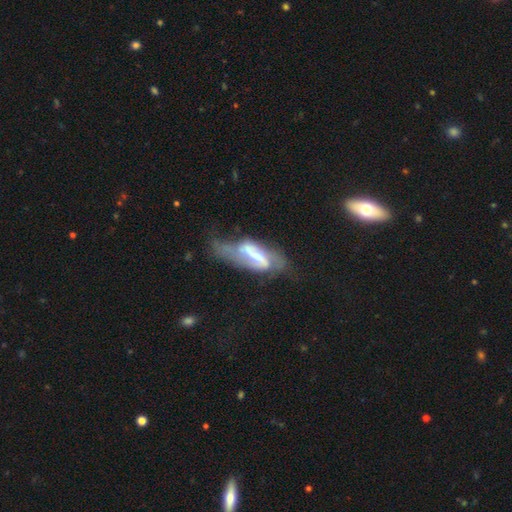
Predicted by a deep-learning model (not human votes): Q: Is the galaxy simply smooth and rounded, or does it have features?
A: featured or disk — 79%.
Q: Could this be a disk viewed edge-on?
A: no — 90%.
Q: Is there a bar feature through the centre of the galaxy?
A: strong — 58%.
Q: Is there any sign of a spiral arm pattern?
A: yes — 83%.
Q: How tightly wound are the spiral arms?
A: loose — 55%.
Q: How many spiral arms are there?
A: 2 — 81%.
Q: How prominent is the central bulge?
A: small — 52%.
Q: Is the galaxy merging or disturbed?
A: none — 36%.